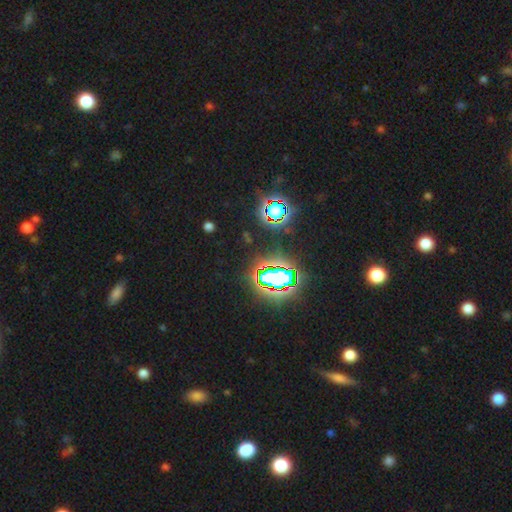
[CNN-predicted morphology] The model was most divided on "smooth or featured": star or artifact: 82%, smooth: 11%, featured or disk: 7%.